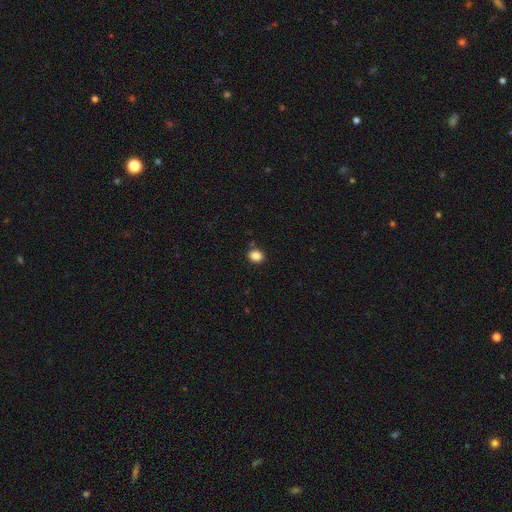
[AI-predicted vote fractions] This appears to be a smooth galaxy with no disk features (87%) that is round (51%). Merging: none (86%).